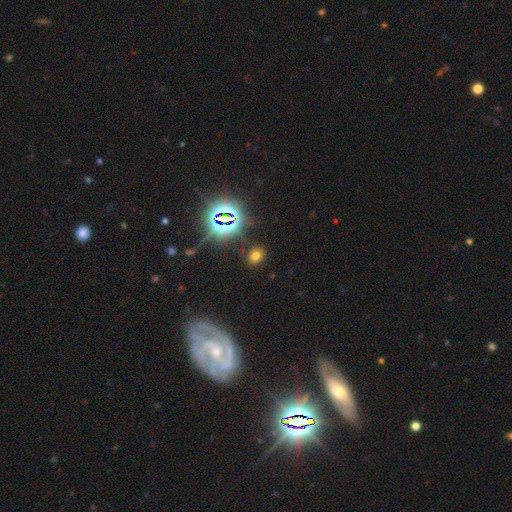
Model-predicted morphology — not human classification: Smooth or featured? smooth (58%)
How rounded? in between (59%)
Merging? none (85%)